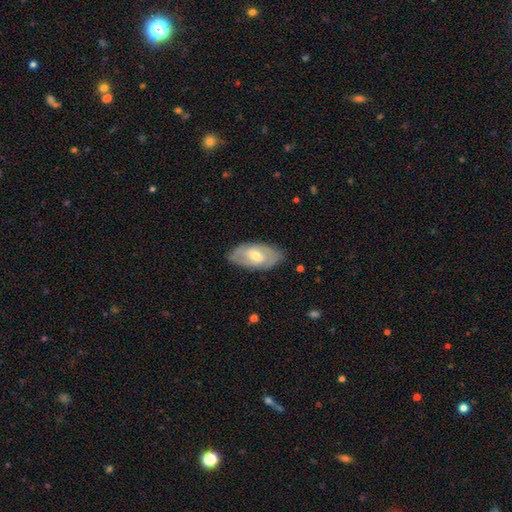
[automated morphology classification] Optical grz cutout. It shows a featured or disk galaxy (66%) with a weak bar (48%), spiral arms (77%) and a moderate central bulge (57%). Merging: none (80%).